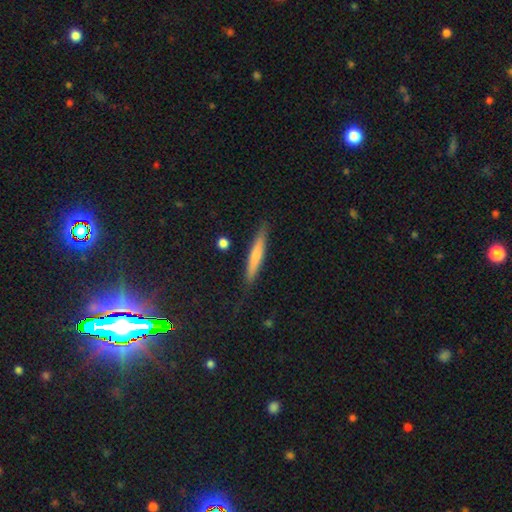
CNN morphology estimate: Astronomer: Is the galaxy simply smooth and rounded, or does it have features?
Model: smooth — 66%.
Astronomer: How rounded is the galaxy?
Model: cigar-shaped — 93%.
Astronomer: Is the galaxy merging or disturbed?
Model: none — 86%.